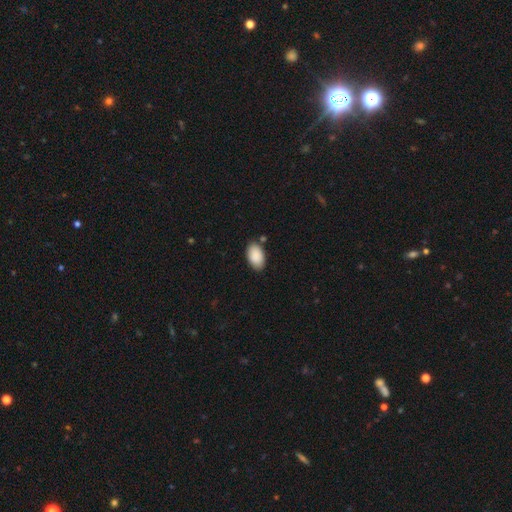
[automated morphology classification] smooth-or-featured: smooth: 90% | star or artifact: 6% | featured or disk: 4%
  how-rounded: in between: 94% | round: 4% | cigar-shaped: 1%
  merging: none: 81% | minor disturbance: 13% | merger: 3% | major disturbance: 3%